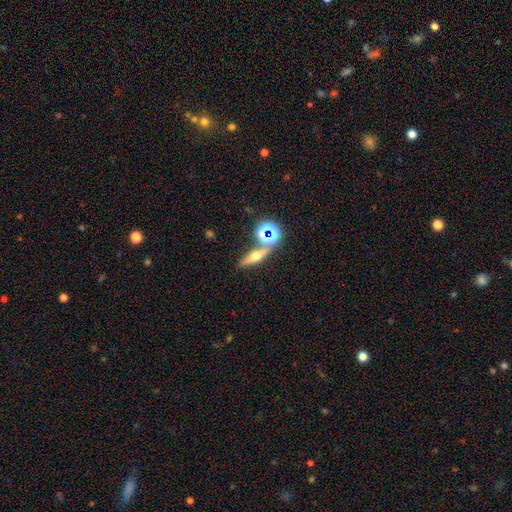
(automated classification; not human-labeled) Smooth or featured? Predicted: featured or disk (p=0.54). Edge-on disk? Predicted: yes (p=0.88). Merging? Predicted: none (p=0.74).